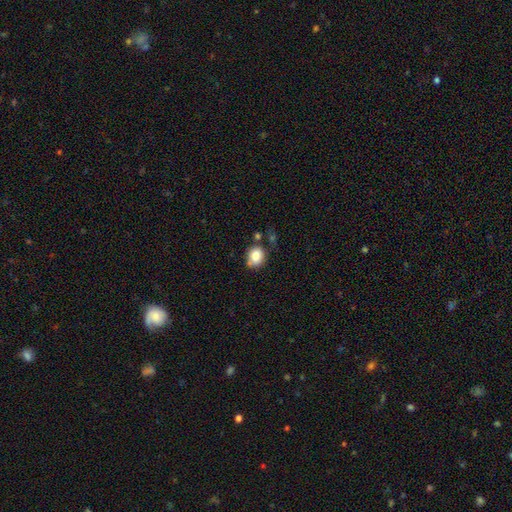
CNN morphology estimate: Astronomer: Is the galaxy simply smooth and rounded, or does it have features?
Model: smooth — 81%.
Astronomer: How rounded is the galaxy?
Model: round — 65%.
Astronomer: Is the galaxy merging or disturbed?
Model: none — 63%.